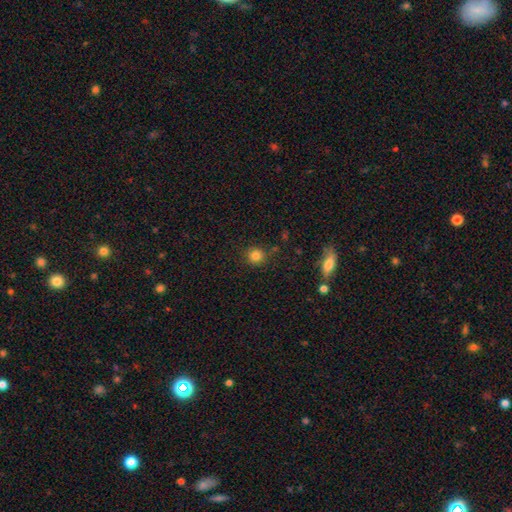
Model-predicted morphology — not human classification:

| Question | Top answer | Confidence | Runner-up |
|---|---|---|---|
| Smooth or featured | smooth | 83% | star or artifact (12%) |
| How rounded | round | 92% | in between (7%) |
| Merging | none | 85% | minor disturbance (9%) |